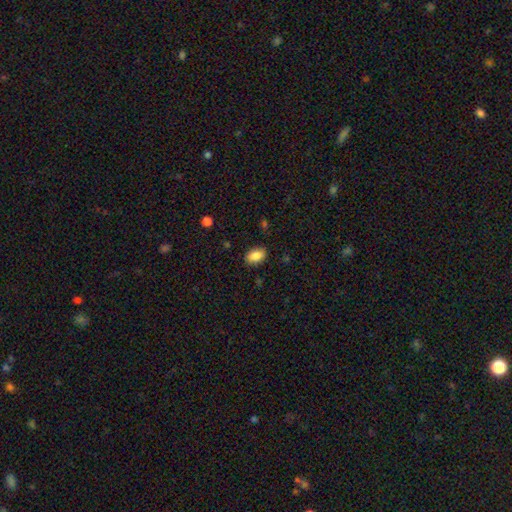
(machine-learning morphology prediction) Q: Smooth or featured?
A: smooth (86%); runner-up: star or artifact (8%)
Q: How rounded?
A: in between (88%); runner-up: round (10%)
Q: Merging?
A: none (86%); runner-up: minor disturbance (10%)